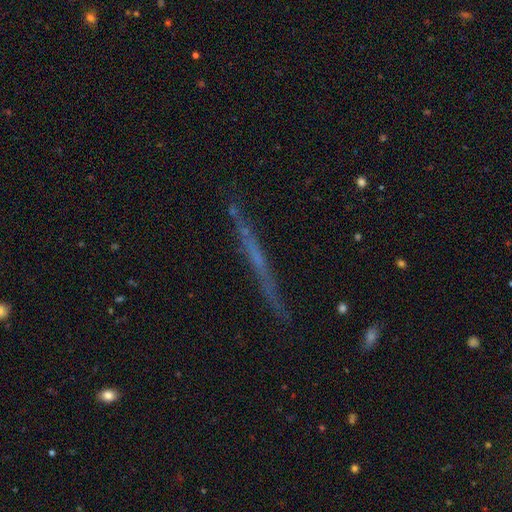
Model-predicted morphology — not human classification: smooth-or-featured: featured or disk: 57% | smooth: 33% | star or artifact: 10%
  disk-edge-on: yes: 95% | no: 5%
    edge-on-bulge: none: 87% | rounded: 8% | boxy: 5%
  merging: none: 83% | minor disturbance: 12% | major disturbance: 3% | merger: 2%